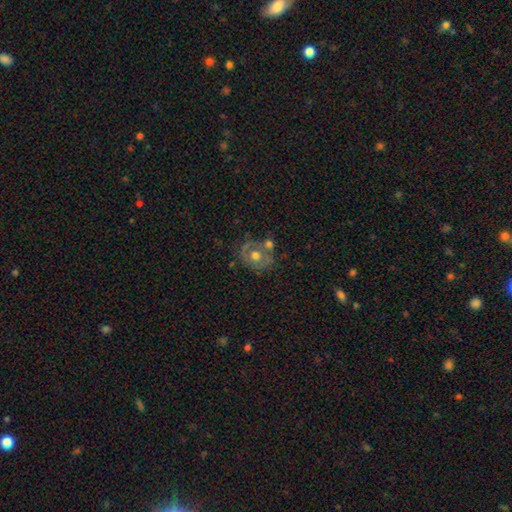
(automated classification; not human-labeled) This appears to be a featured or disk galaxy (56%) with no bar (86%), no spiral arms (63%) and a moderate central bulge (77%). Merging: none (54%).